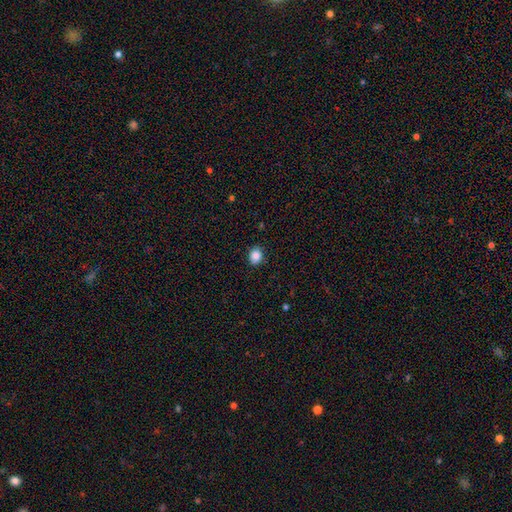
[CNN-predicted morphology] Smooth or featured? smooth (86%)
How rounded? round (64%)
Merging? none (88%)